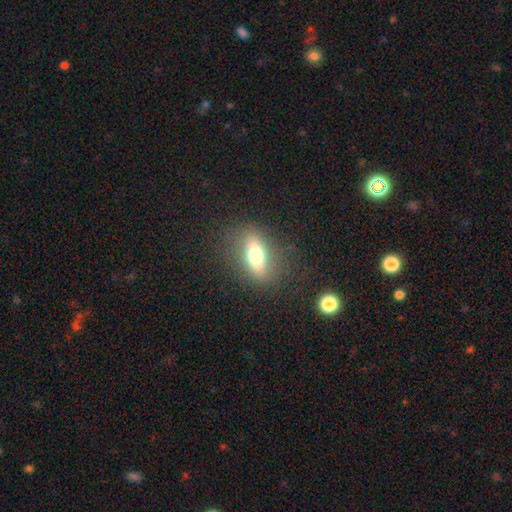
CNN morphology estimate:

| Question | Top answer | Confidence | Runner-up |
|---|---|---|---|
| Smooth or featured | smooth | 56% | featured or disk (33%) |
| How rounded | in between | 68% | cigar-shaped (19%) |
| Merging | none | 82% | minor disturbance (11%) |